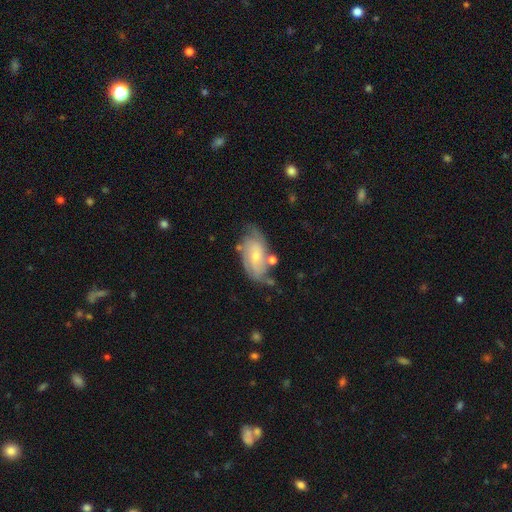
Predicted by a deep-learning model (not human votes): smooth_or_featured: featured or disk (p=0.62) [alt: smooth p=0.31]
disk_edge_on: no (p=0.94) [alt: yes p=0.06]
bar: no (p=0.68) [alt: weak p=0.27]
has_spiral_arms: yes (p=0.81) [alt: no p=0.19]
bulge_size: small (p=0.64) [alt: moderate p=0.31]
merging: none (p=0.53) [alt: minor disturbance p=0.26]